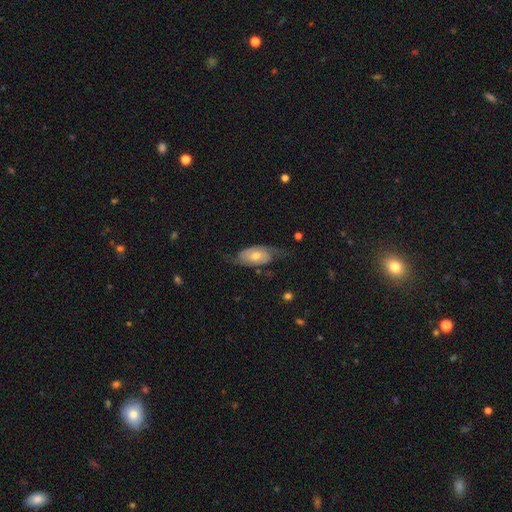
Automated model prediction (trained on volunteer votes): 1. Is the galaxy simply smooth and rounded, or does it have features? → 63% featured or disk, 30% smooth, 7% star or artifact.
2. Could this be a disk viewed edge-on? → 90% no, 10% yes.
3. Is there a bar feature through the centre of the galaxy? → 67% no, 26% weak, 7% strong.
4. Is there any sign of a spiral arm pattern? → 84% yes, 16% no.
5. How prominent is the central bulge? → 61% moderate, 30% small, 6% large, 2% none, 1% dominant.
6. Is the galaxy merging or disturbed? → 57% none, 24% minor disturbance, 17% major disturbance, 2% merger.